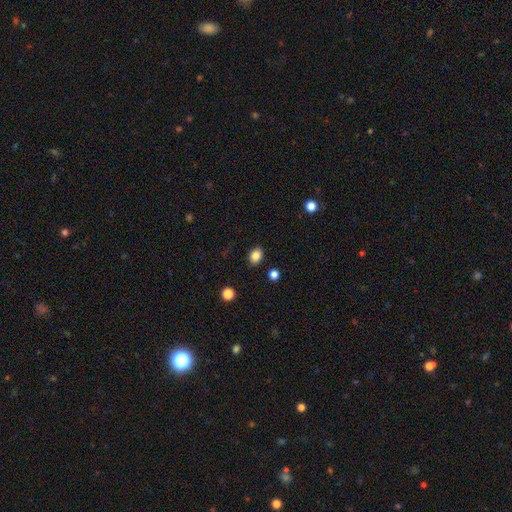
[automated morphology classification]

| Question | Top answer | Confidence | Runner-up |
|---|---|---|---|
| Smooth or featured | smooth | 84% | star or artifact (10%) |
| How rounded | in between | 67% | round (32%) |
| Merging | none | 87% | minor disturbance (9%) |